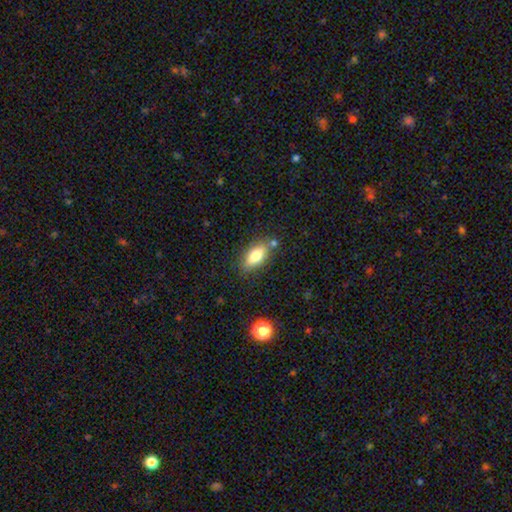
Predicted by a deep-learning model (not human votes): A smooth galaxy with no disk features (76%) that is in between round and cigar-shaped (82%).

Vote fractions:
- Smooth or featured? smooth: 76% / featured or disk: 16% / star or artifact: 8%
- How rounded? in between: 82% / cigar-shaped: 14% / round: 4%
- Merging? none: 75% / minor disturbance: 15% / merger: 7% / major disturbance: 3%